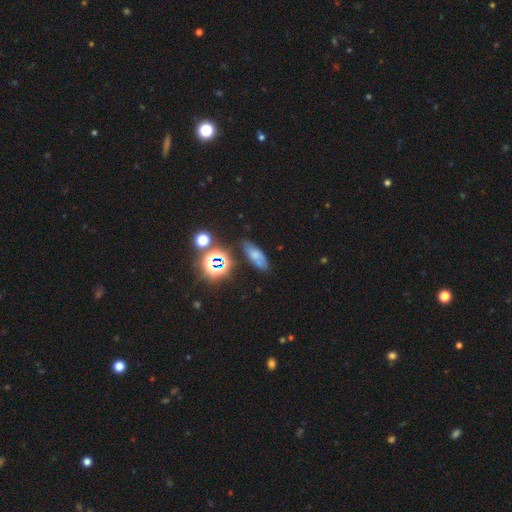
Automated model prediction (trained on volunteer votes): Smooth or featured?
  - smooth: 52% *
  - featured or disk: 24%
  - star or artifact: 23%
How rounded?
  - in between: 69% *
  - cigar-shaped: 21%
  - round: 10%
Merging?
  - none: 68% *
  - minor disturbance: 20%
  - major disturbance: 7%
  - merger: 6%